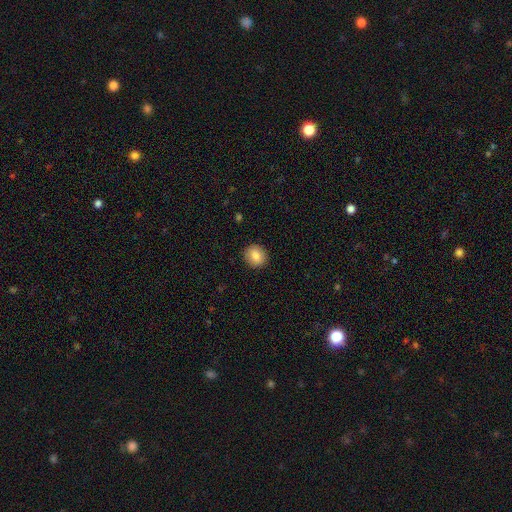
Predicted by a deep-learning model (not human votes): smooth-or-featured: smooth: 84% | star or artifact: 8% | featured or disk: 7%
  how-rounded: round: 81% | in between: 18% | cigar-shaped: 1%
  merging: none: 91% | minor disturbance: 6% | major disturbance: 2% | merger: 1%